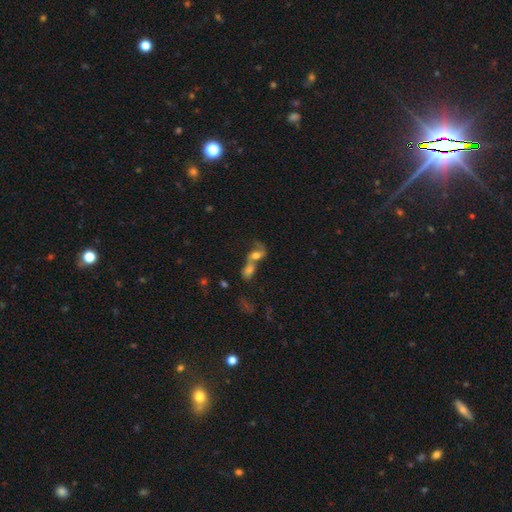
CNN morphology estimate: smooth_or_featured: smooth (p=0.52) [alt: featured or disk p=0.36]
how_rounded: in between (p=0.67) [alt: round p=0.28]
merging: merger (p=0.76) [alt: none p=0.12]